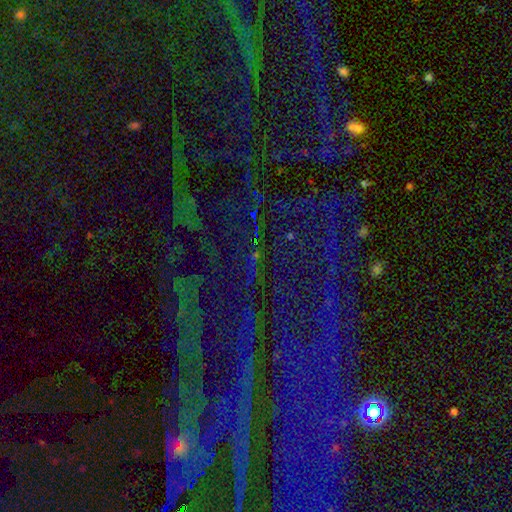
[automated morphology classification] Smooth or featured? star or artifact (81%)